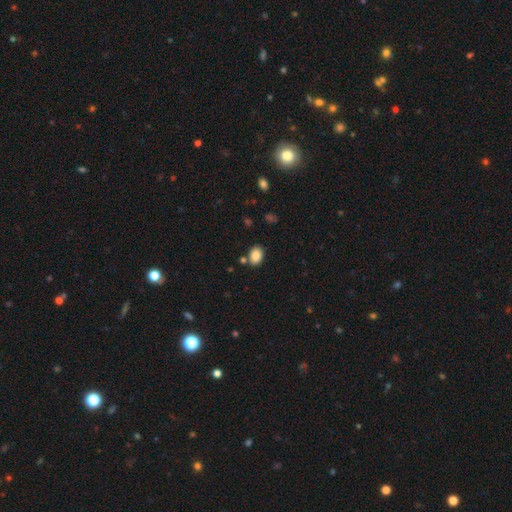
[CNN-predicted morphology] smooth-or-featured: smooth: 87% | star or artifact: 8% | featured or disk: 4%
  how-rounded: in between: 76% | round: 23% | cigar-shaped: 1%
  merging: none: 79% | minor disturbance: 11% | merger: 7% | major disturbance: 3%